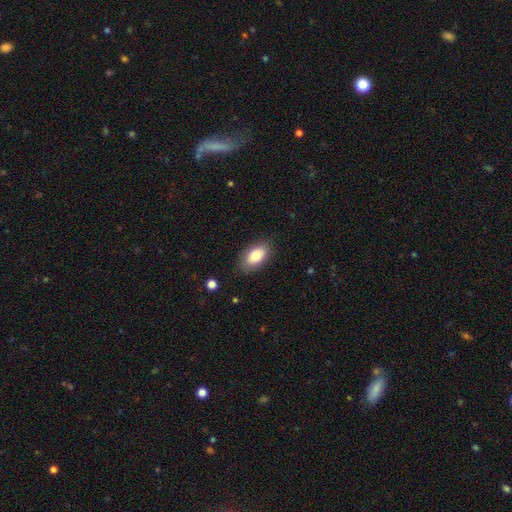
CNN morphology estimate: Smooth or featured? smooth (80%)
How rounded? in between (92%)
Merging? none (84%)